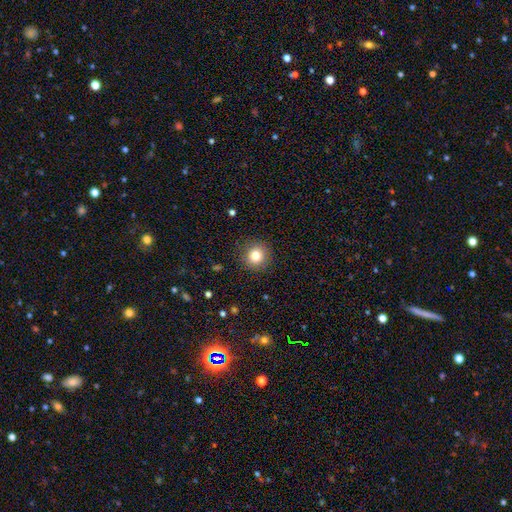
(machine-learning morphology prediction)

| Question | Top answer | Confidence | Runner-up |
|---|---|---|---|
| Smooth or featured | smooth | 81% | star or artifact (11%) |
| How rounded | round | 93% | in between (6%) |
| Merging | none | 89% | minor disturbance (7%) |